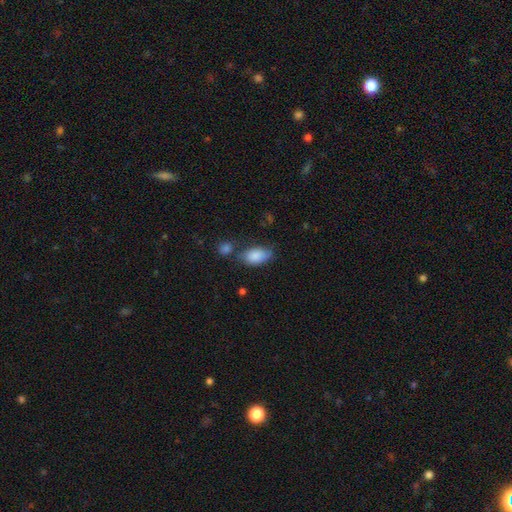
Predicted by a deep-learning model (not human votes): Overall: smooth (85%). How rounded: in between (93%). Merging: none (51%; minor disturbance 26%).